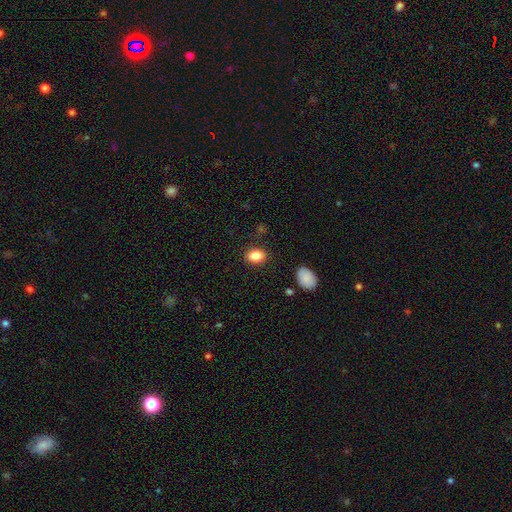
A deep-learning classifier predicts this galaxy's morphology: smooth 85%, star or artifact 9%, featured or disk 7%. Down the decision tree: how rounded — in between (80%); merging — none (85%).